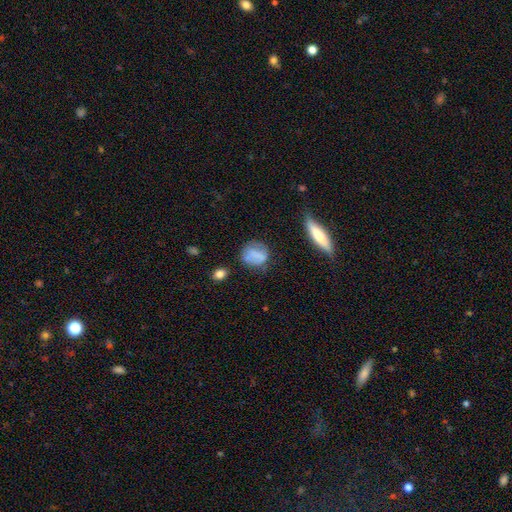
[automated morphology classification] Smooth or featured?
  - smooth: 71% *
  - featured or disk: 19%
  - star or artifact: 10%
How rounded?
  - round: 57% *
  - in between: 40%
  - cigar-shaped: 3%
Merging?
  - none: 59% *
  - minor disturbance: 26%
  - major disturbance: 11%
  - merger: 4%